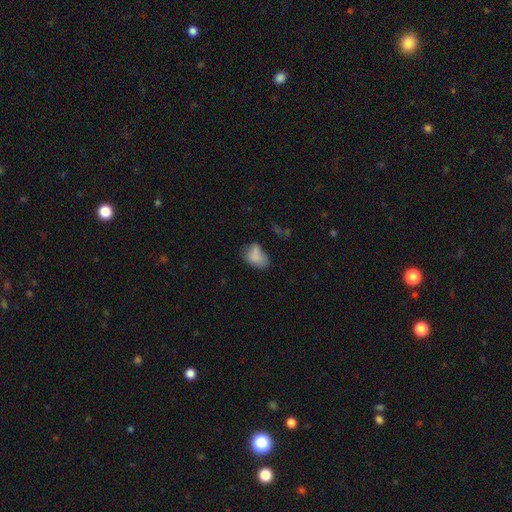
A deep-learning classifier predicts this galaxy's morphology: A smooth galaxy with no disk features (77%) that is in between round and cigar-shaped (83%).

Vote fractions:
- Smooth or featured? smooth: 77% / featured or disk: 13% / star or artifact: 10%
- How rounded? in between: 83% / round: 15% / cigar-shaped: 2%
- Merging? none: 43% / minor disturbance: 32% / major disturbance: 16% / merger: 8%